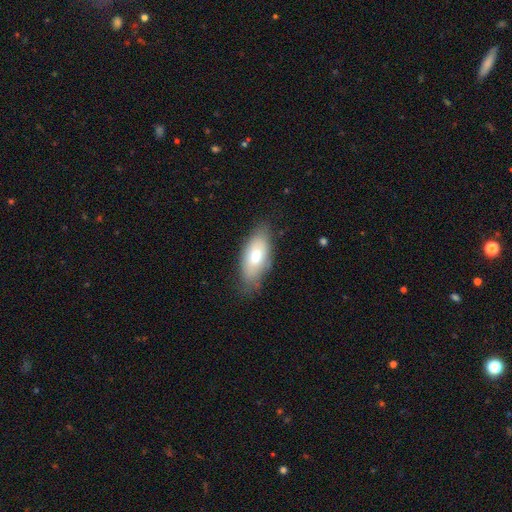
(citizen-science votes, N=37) smooth_or_featured: smooth (p=0.78) [alt: featured or disk p=0.19]
how_rounded: in between (p=0.86) [alt: cigar-shaped p=0.14]
merging: none (p=0.81) [alt: minor disturbance p=0.17]